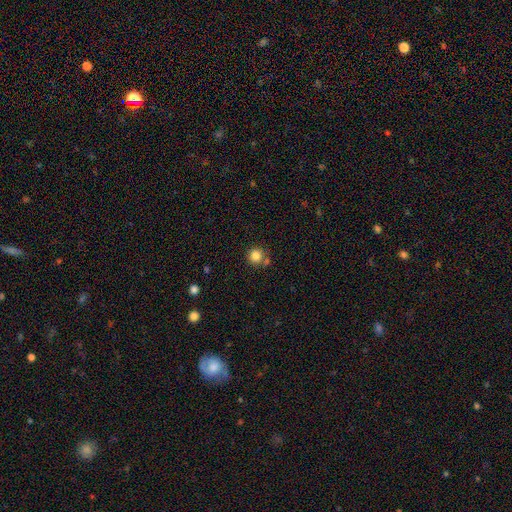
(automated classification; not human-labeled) The model was most divided on "merging": none: 72%, merger: 14%, minor disturbance: 11%, major disturbance: 3%. More confident: how rounded — round (92%); smooth or featured — smooth (83%).